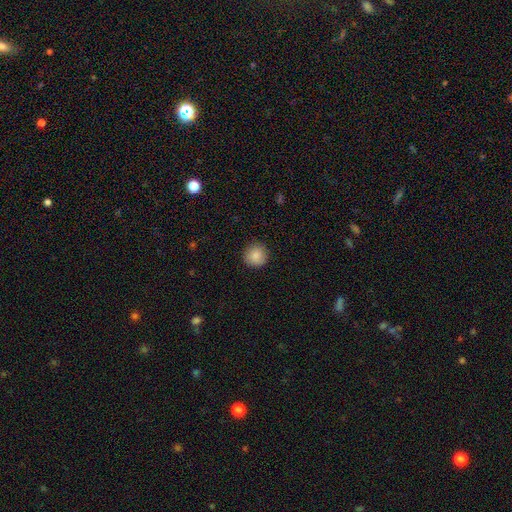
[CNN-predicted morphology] Smooth or featured? Predicted: smooth (p=0.86). How rounded? Predicted: round (p=0.94). Merging? Predicted: none (p=0.90).